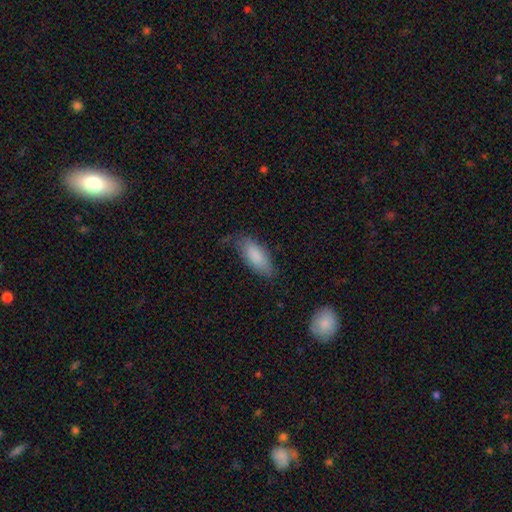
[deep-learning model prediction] Smooth or featured? smooth (84%)
How rounded? in between (83%)
Merging? none (64%)